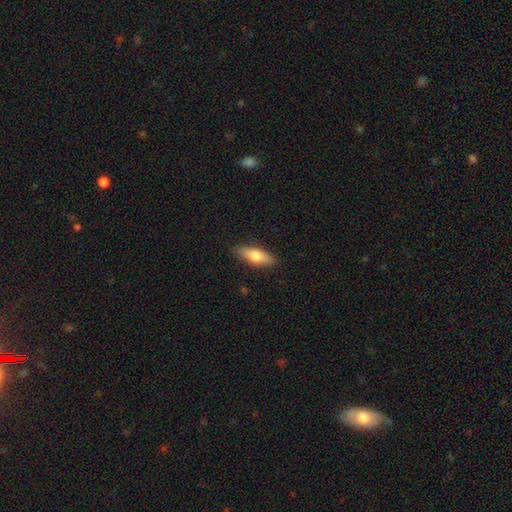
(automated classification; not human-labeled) The model was most divided on "how rounded": in between: 57%, cigar-shaped: 40%, round: 3%. More confident: merging — none (88%); smooth or featured — smooth (68%).